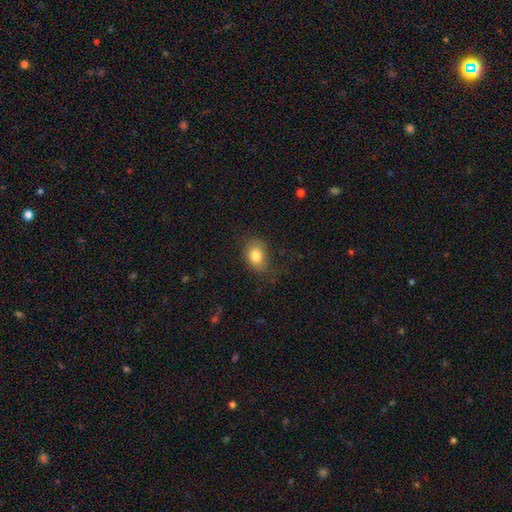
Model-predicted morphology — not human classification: Smooth or featured: smooth — 80% (featured or disk — 11%)
How rounded: in between — 60% (round — 39%)
Merging: none — 63% (minor disturbance — 25%)